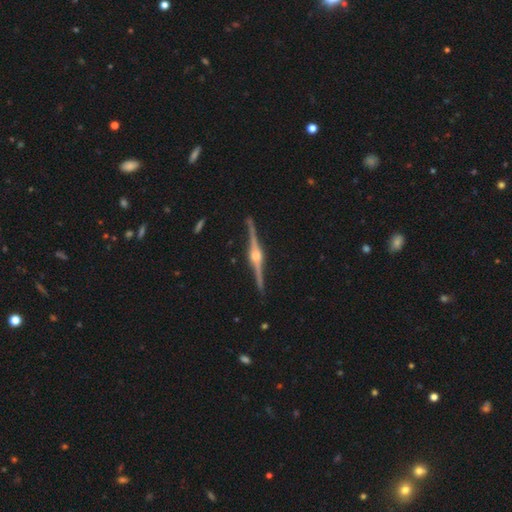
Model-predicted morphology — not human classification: Q: Smooth or featured?
A: featured or disk (92%); runner-up: smooth (4%)
Q: Edge-on disk?
A: yes (99%); runner-up: no (1%)
Q: Edge-on bulge?
A: rounded (93%); runner-up: boxy (5%)
Q: Merging?
A: none (91%); runner-up: minor disturbance (7%)